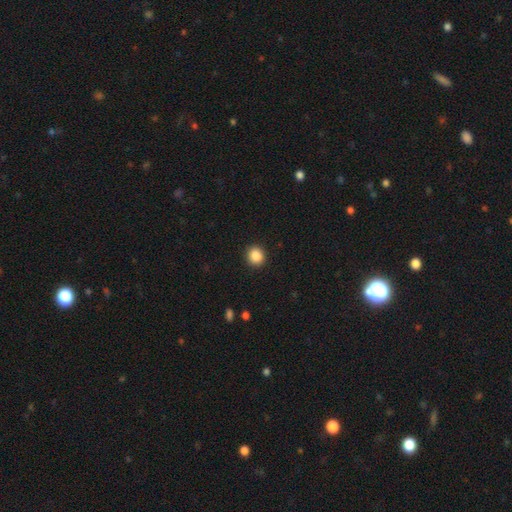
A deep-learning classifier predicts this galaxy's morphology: Smooth or featured? Predicted: smooth (p=0.88). How rounded? Predicted: round (p=0.84). Merging? Predicted: none (p=0.91).